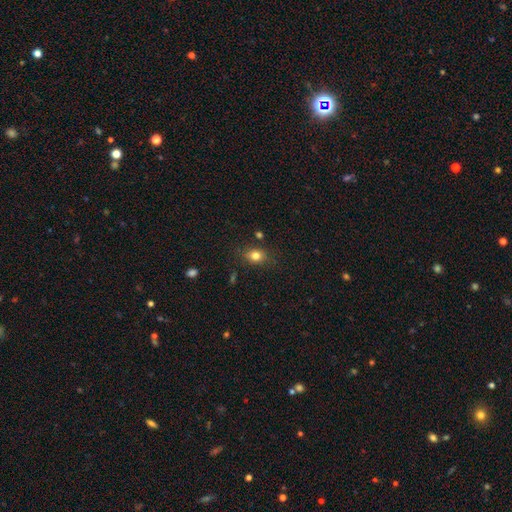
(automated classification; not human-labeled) A smooth galaxy with no disk features (80%) that is in between round and cigar-shaped (57%).

Vote fractions:
- Smooth or featured? smooth: 80% / star or artifact: 12% / featured or disk: 8%
- How rounded? in between: 57% / round: 42% / cigar-shaped: 2%
- Merging? none: 79% / minor disturbance: 15% / major disturbance: 4% / merger: 2%